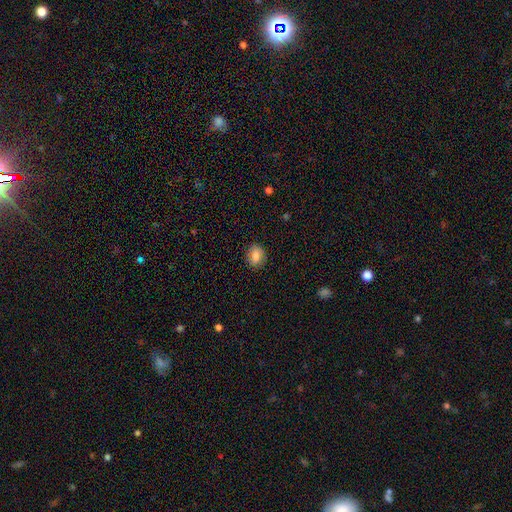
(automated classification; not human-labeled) This appears to be a smooth galaxy with no disk features (83%) that is in between round and cigar-shaped (54%). Merging: none (87%).